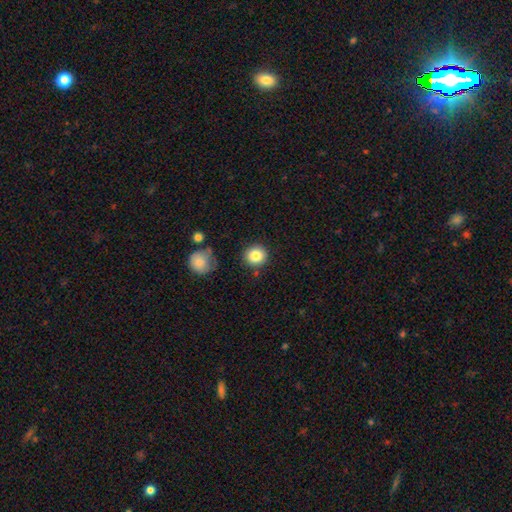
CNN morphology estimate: Q: Smooth or featured?
A: smooth (85%); runner-up: star or artifact (9%)
Q: How rounded?
A: round (92%); runner-up: in between (7%)
Q: Merging?
A: none (85%); runner-up: minor disturbance (8%)